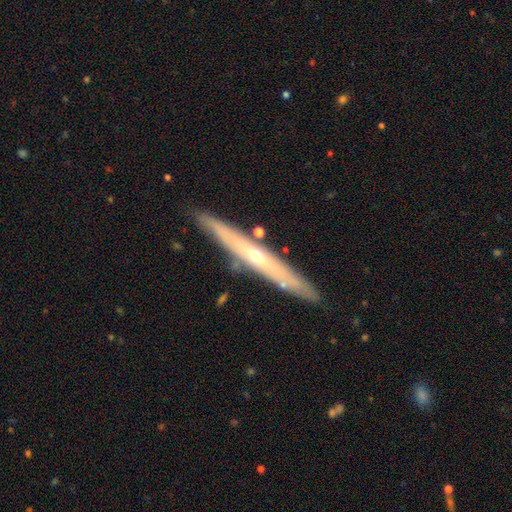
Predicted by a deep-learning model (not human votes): smooth_or_featured: featured or disk (p=0.73) [alt: smooth p=0.21]
disk_edge_on: yes (p=0.88) [alt: no p=0.12]
edge_on_bulge: rounded (p=0.68) [alt: none p=0.30]
merging: none (p=0.87) [alt: minor disturbance p=0.09]